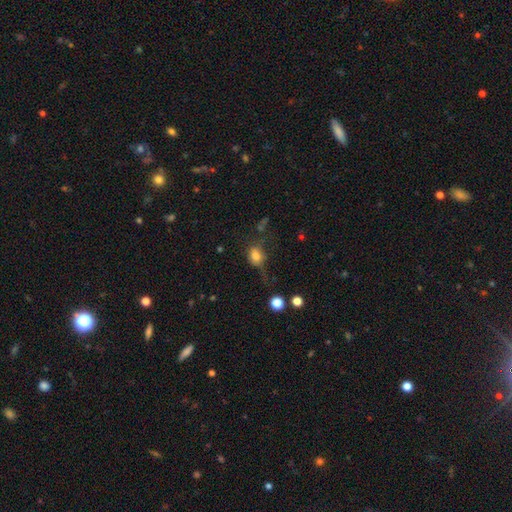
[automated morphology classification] smooth-or-featured: smooth: 76% | star or artifact: 12% | featured or disk: 12%
  how-rounded: in between: 50% | round: 48% | cigar-shaped: 2%
  merging: none: 41% | minor disturbance: 29% | major disturbance: 25% | merger: 5%